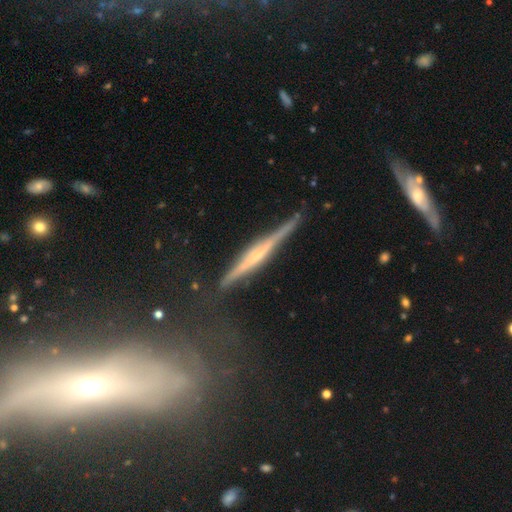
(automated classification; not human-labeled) A featured or disk galaxy (76%) viewed edge-on (97%) with a rounded central bulge (44%).

Vote fractions:
- Smooth or featured? featured or disk: 76% / smooth: 17% / star or artifact: 7%
- Edge-on disk? yes: 97% / no: 3%
- Edge-on bulge? rounded: 44% / none: 35% / boxy: 20%
- Merging? none: 80% / minor disturbance: 15% / major disturbance: 3% / merger: 2%